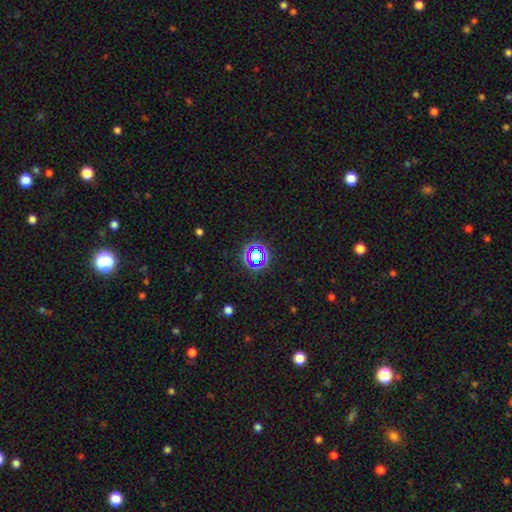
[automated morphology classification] Smooth or featured? Predicted: star or artifact (p=0.60).